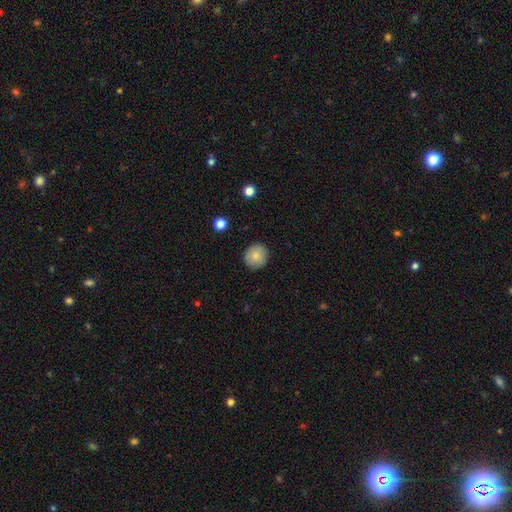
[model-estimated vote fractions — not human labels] A smooth galaxy with no disk features (85%) that is round (87%). Merging: none (90%).